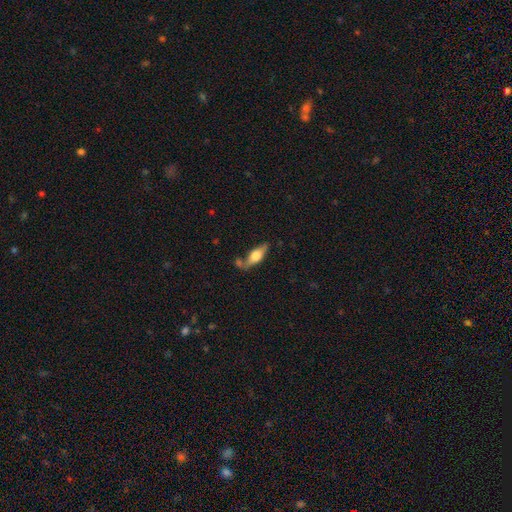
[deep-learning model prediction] A smooth galaxy with no disk features (50%) that is in between round and cigar-shaped (59%). Merging: none (57%).